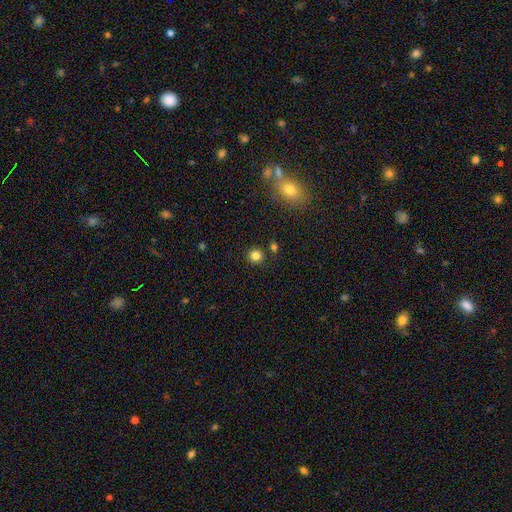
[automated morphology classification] Smooth or featured?
  - smooth: 82% *
  - star or artifact: 13%
  - featured or disk: 5%
How rounded?
  - round: 90% *
  - in between: 9%
  - cigar-shaped: 1%
Merging?
  - none: 85% *
  - minor disturbance: 7%
  - merger: 5%
  - major disturbance: 2%